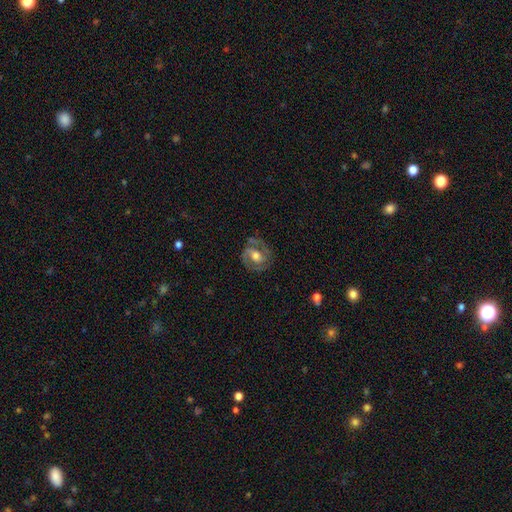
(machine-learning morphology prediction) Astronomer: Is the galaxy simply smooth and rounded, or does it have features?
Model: featured or disk — 76%.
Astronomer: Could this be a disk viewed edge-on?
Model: no — 97%.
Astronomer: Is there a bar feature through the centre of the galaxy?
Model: weak — 43% (runner-up: no, 38%).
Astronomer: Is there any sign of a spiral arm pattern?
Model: yes — 88%.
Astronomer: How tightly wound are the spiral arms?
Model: medium — 47% (runner-up: tight, 41%).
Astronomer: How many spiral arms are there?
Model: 2 — 83%.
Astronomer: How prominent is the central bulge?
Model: moderate — 67%.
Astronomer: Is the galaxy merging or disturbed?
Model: none — 75%.